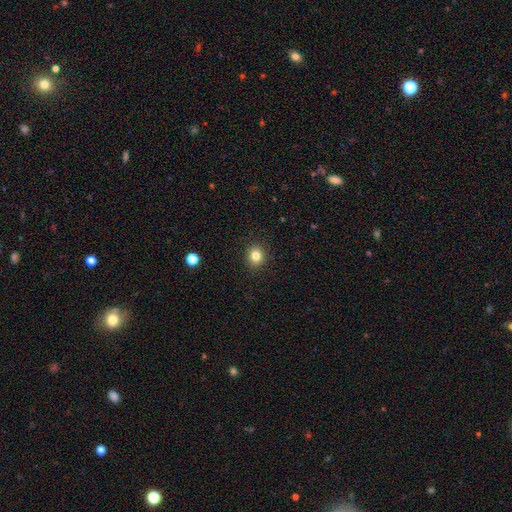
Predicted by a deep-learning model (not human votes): smooth 82%, star or artifact 12%, featured or disk 6%. Down the decision tree: how rounded — round (78%); merging — none (91%).